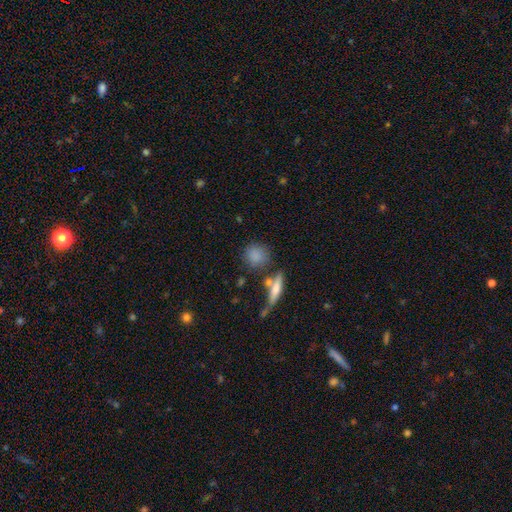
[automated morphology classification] Smooth or featured?
  - smooth: 83% *
  - star or artifact: 9%
  - featured or disk: 8%
How rounded?
  - round: 74% *
  - in between: 20%
  - cigar-shaped: 6%
Merging?
  - none: 71% *
  - minor disturbance: 13%
  - merger: 12%
  - major disturbance: 5%